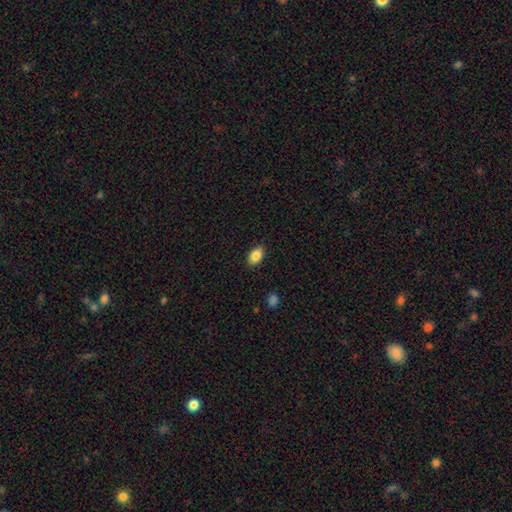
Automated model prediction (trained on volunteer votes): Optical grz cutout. It shows a smooth galaxy with no disk features (86%) that is in between round and cigar-shaped (89%). Merging: none (88%).